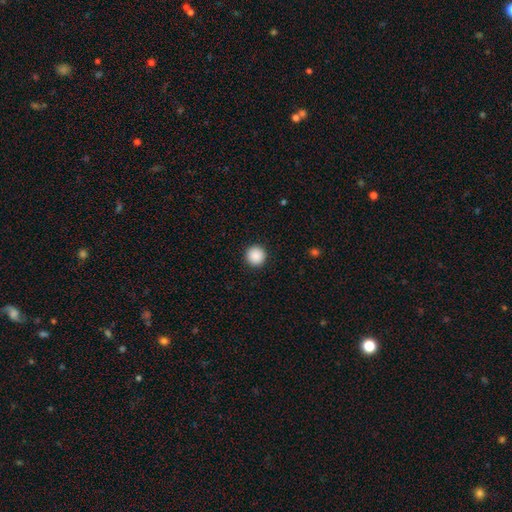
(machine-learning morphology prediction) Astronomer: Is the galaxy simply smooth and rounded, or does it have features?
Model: smooth — 89%.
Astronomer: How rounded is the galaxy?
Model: round — 96%.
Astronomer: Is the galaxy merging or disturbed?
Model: none — 93%.